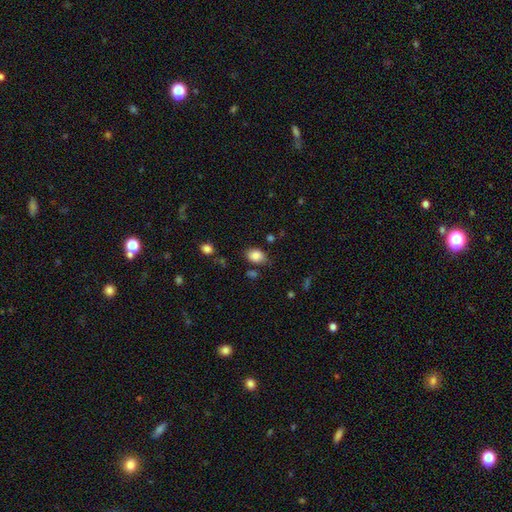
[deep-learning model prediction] A smooth galaxy with no disk features (86%) that is in between round and cigar-shaped (76%).

Vote fractions:
- Smooth or featured? smooth: 86% / star or artifact: 9% / featured or disk: 6%
- How rounded? in between: 76% / round: 23% / cigar-shaped: 1%
- Merging? none: 74% / minor disturbance: 18% / major disturbance: 4% / merger: 4%